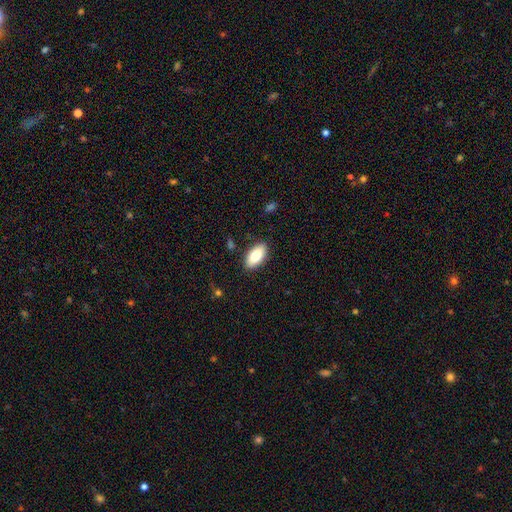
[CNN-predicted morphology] The model was most divided on "smooth or featured": smooth: 79%, featured or disk: 14%, star or artifact: 7%. More confident: how rounded — in between (93%); merging — none (87%).